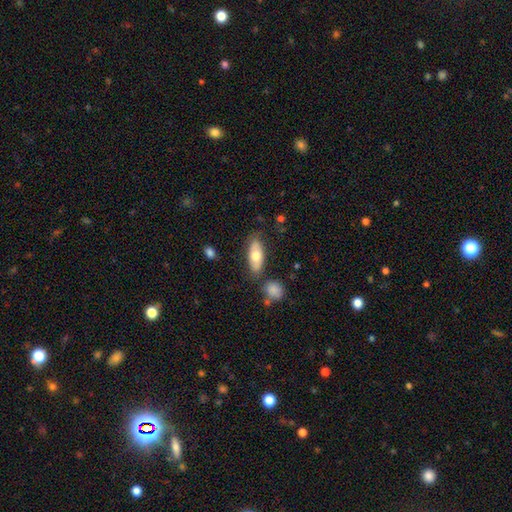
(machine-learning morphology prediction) The model was most divided on "smooth or featured": smooth: 67%, featured or disk: 27%, star or artifact: 6%. More confident: how rounded — in between (78%); merging — none (75%).